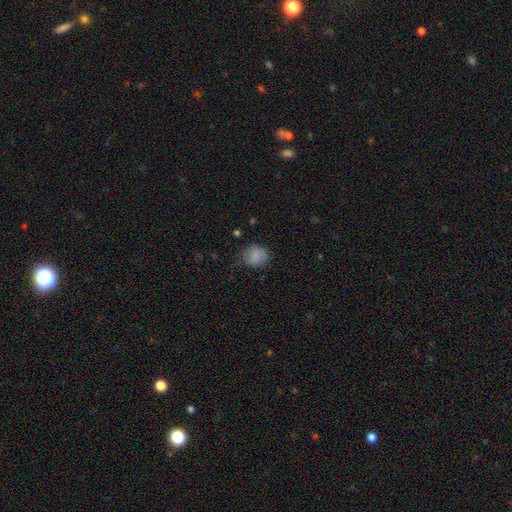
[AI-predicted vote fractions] The model was most divided on "merging": none: 58%, minor disturbance: 30%, major disturbance: 10%, merger: 2%. More confident: smooth or featured — smooth (82%); how rounded — round (70%).